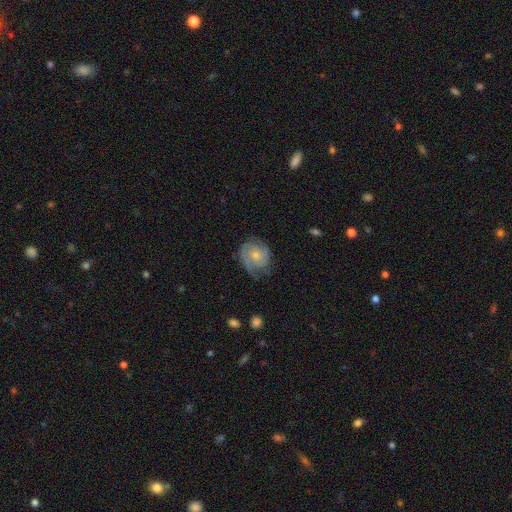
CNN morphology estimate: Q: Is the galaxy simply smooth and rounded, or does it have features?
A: featured or disk — 68%.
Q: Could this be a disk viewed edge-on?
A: no — 97%.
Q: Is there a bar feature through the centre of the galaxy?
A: no — 74%.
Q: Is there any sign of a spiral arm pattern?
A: yes — 91%.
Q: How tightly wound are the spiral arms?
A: tight — 49%.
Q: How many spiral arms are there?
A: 2 — 46%.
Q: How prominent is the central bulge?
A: small — 54%.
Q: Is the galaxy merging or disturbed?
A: none — 57%.